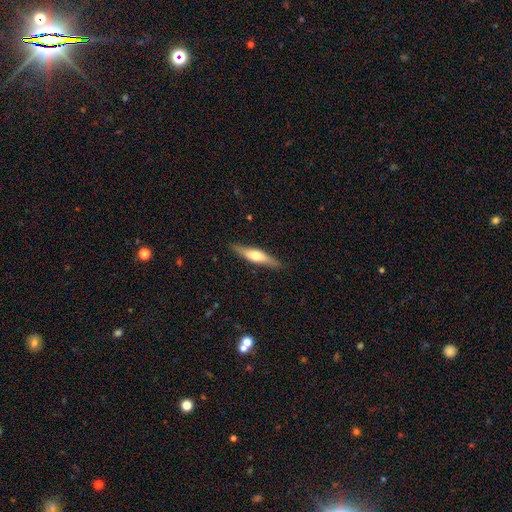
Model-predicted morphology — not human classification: smooth-or-featured: featured or disk: 50% | smooth: 44% | star or artifact: 6%
  disk-edge-on: yes: 91% | no: 9%
  merging: none: 88% | minor disturbance: 9% | major disturbance: 2% | merger: 1%